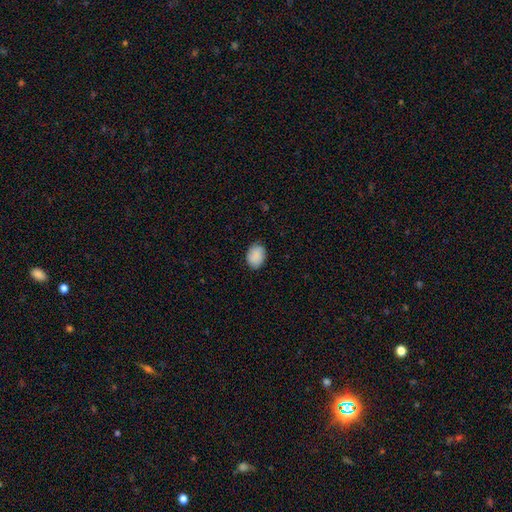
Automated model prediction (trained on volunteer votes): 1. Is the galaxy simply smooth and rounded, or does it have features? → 89% smooth, 7% star or artifact, 4% featured or disk.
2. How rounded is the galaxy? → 68% in between, 31% round, 1% cigar-shaped.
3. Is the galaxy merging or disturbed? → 84% none, 13% minor disturbance, 3% major disturbance, 1% merger.